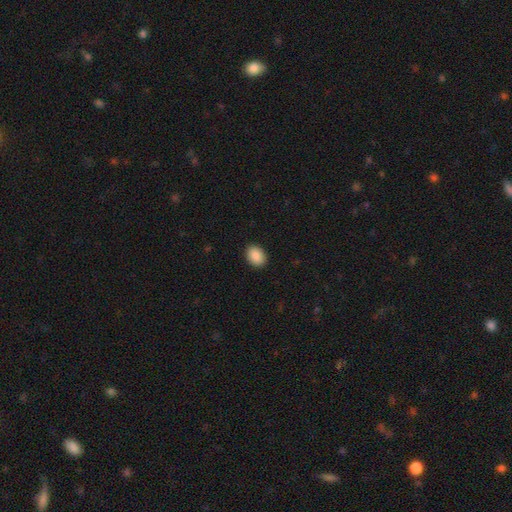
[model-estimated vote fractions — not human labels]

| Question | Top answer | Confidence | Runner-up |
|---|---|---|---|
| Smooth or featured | smooth | 90% | star or artifact (7%) |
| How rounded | in between | 75% | round (24%) |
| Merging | none | 91% | minor disturbance (7%) |